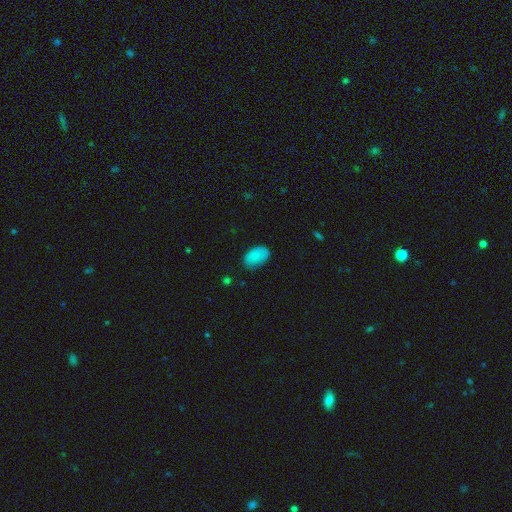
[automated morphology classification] Smooth or featured? Predicted: smooth (p=0.85). How rounded? Predicted: in between (p=0.91). Merging? Predicted: none (p=0.75).